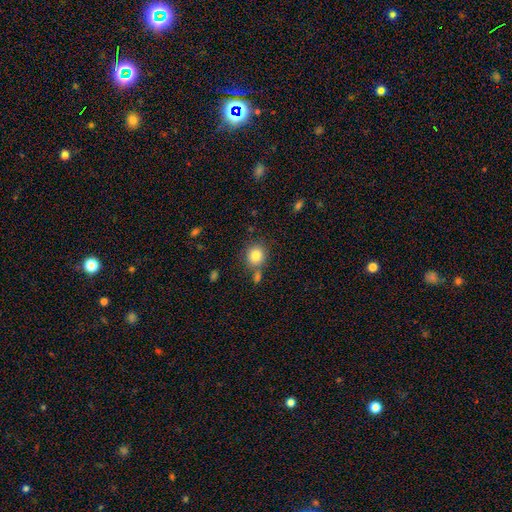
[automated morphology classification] Q: Smooth or featured?
A: smooth (82%); runner-up: star or artifact (10%)
Q: How rounded?
A: round (84%); runner-up: in between (15%)
Q: Merging?
A: none (71%); runner-up: merger (14%)